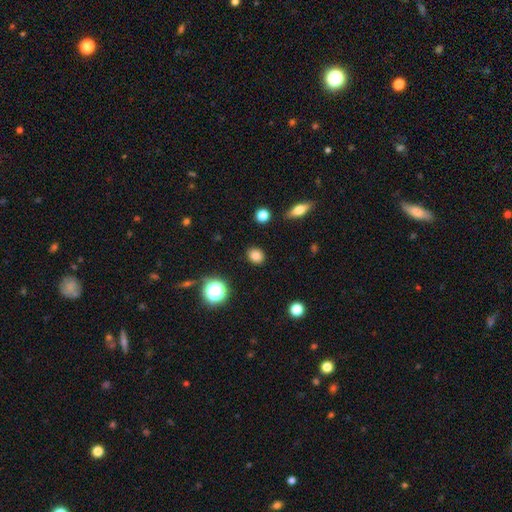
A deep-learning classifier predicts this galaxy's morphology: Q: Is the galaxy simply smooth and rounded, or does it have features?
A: smooth — 81%.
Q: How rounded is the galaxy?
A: round — 57%.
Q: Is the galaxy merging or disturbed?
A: none — 89%.